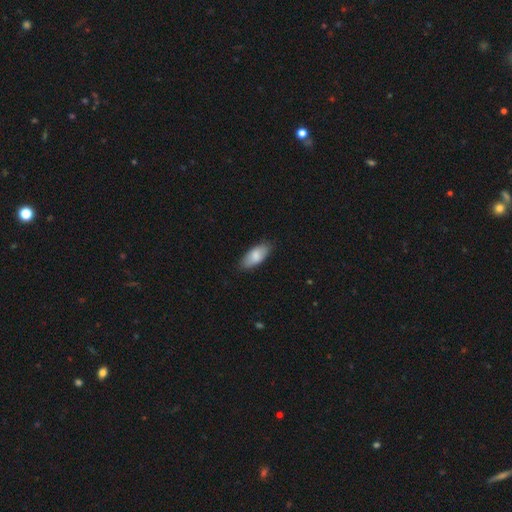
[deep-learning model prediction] Smooth or featured?
  - smooth: 83% *
  - featured or disk: 12%
  - star or artifact: 6%
How rounded?
  - in between: 85% *
  - cigar-shaped: 13%
  - round: 2%
Merging?
  - none: 85% *
  - minor disturbance: 12%
  - major disturbance: 2%
  - merger: 1%